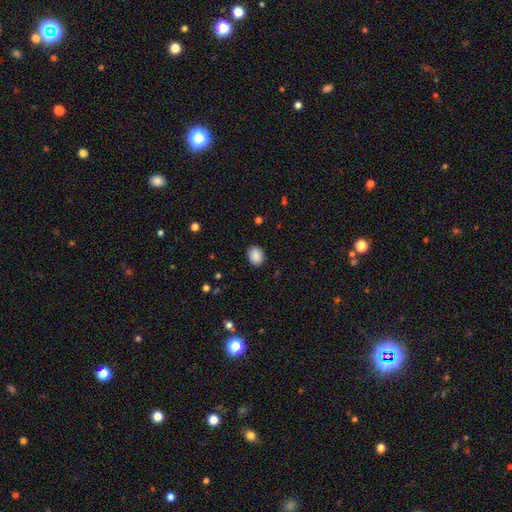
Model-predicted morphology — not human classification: Smooth or featured? Predicted: smooth (p=0.89). How rounded? Predicted: in between (p=0.51). Merging? Predicted: none (p=0.88).